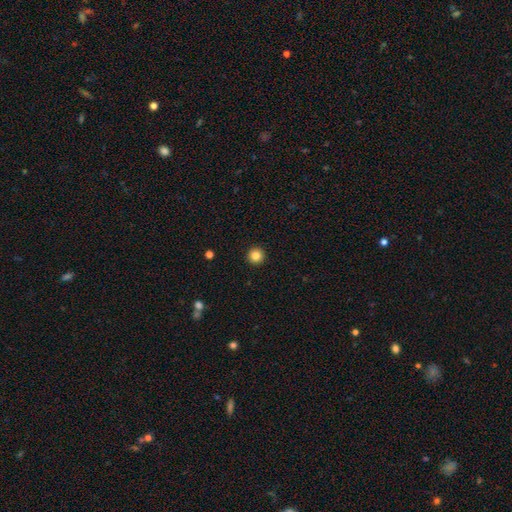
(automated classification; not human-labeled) Overall: smooth (84%). How rounded: round (96%). Merging: none (94%).